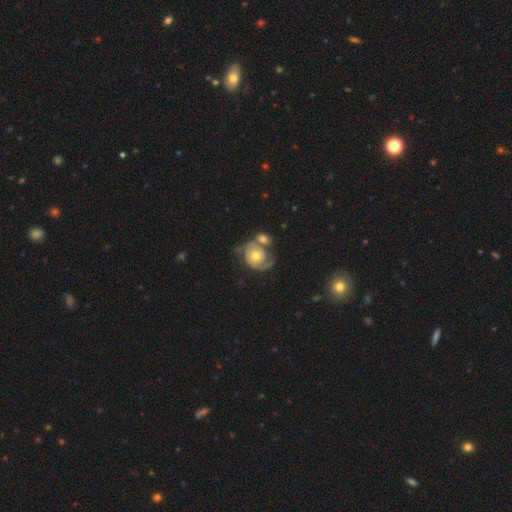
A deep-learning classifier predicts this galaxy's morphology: Smooth or featured? featured or disk (83%)
Edge-on disk? no (98%)
Bar? no (75%)
Spiral arms? yes (94%)
Spiral winding? tight (46%)
Spiral arm count? 2 (83%)
Bulge size? moderate (73%)
Merging? none (46%)